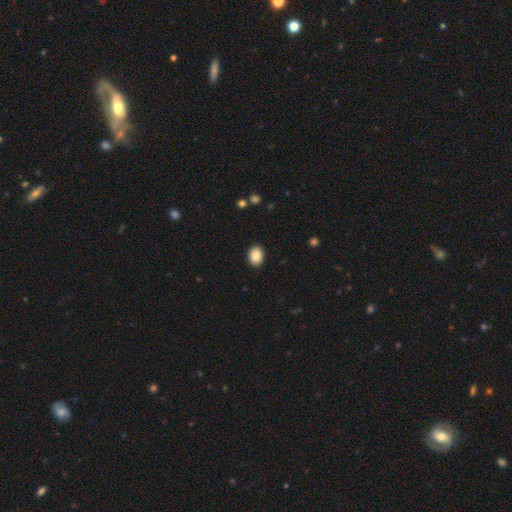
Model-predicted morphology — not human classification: Smooth or featured?
  - smooth: 89% *
  - star or artifact: 8%
  - featured or disk: 4%
How rounded?
  - in between: 66% *
  - round: 33%
  - cigar-shaped: 1%
Merging?
  - none: 91% *
  - minor disturbance: 7%
  - major disturbance: 2%
  - merger: 1%